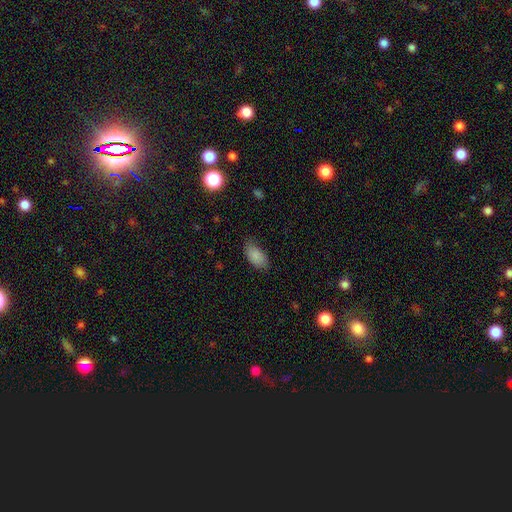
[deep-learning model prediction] The model was most divided on "merging": none: 74%, minor disturbance: 21%, major disturbance: 4%, merger: 1%. More confident: how rounded — in between (94%); smooth or featured — smooth (87%).